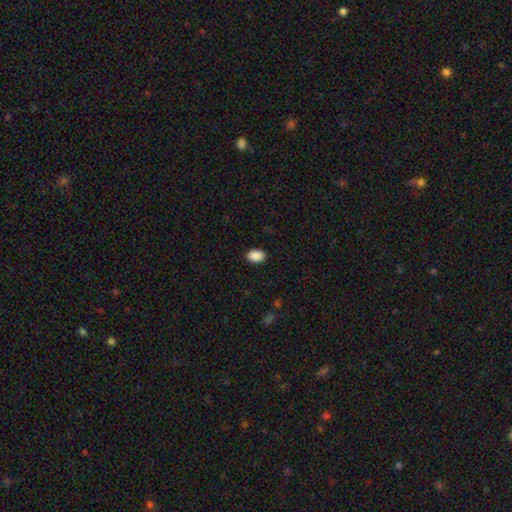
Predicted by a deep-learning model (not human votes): smooth-or-featured: smooth: 90% | star or artifact: 8% | featured or disk: 2%
  how-rounded: in between: 83% | round: 16% | cigar-shaped: 1%
  merging: none: 90% | minor disturbance: 7% | major disturbance: 2% | merger: 1%